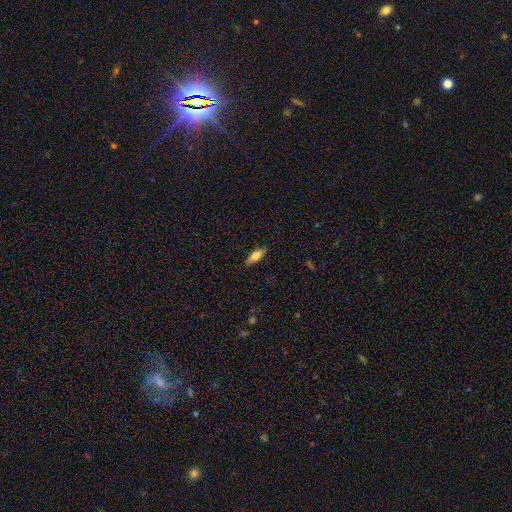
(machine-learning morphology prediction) Smooth or featured: smooth — 73% (featured or disk — 20%)
How rounded: in between — 68% (cigar-shaped — 30%)
Merging: none — 87% (minor disturbance — 10%)